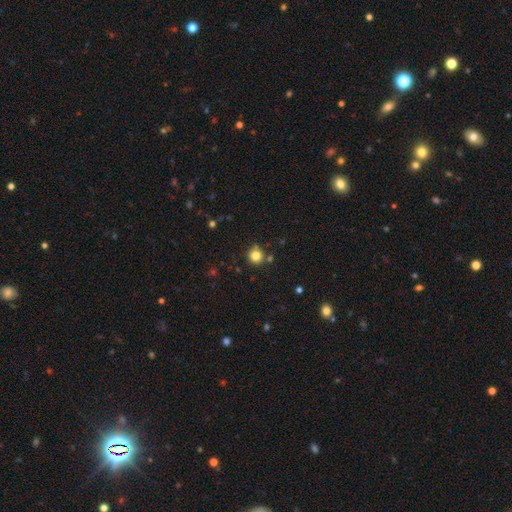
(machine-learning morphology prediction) Smooth or featured? smooth (81%)
How rounded? round (92%)
Merging? none (82%)